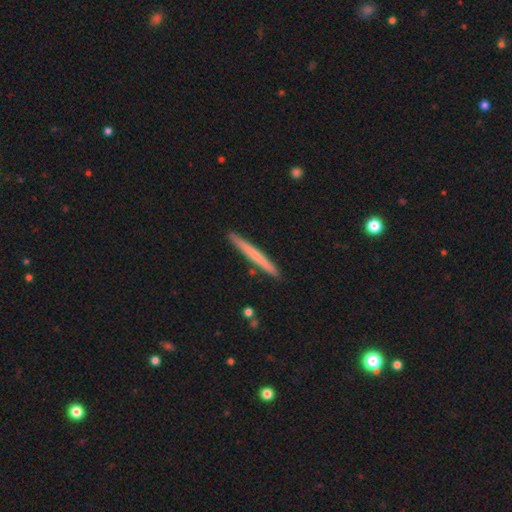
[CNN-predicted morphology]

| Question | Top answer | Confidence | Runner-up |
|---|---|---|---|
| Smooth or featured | smooth | 58% | featured or disk (37%) |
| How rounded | cigar-shaped | 97% | in between (2%) |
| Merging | none | 91% | minor disturbance (6%) |